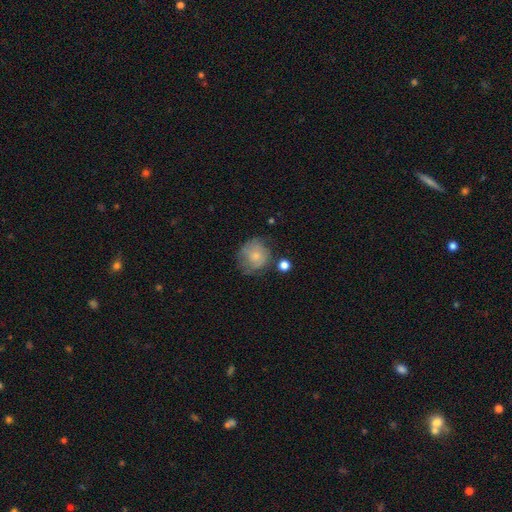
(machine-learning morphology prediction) Smooth or featured? smooth (63%)
How rounded? round (82%)
Merging? none (57%)